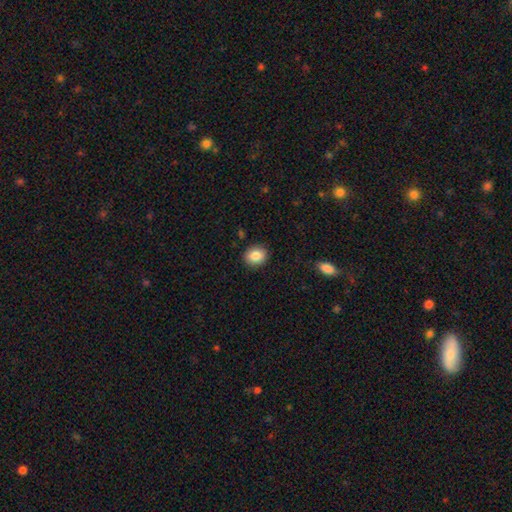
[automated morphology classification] Smooth or featured?
  - smooth: 85% *
  - star or artifact: 9%
  - featured or disk: 6%
How rounded?
  - round: 67% *
  - in between: 32%
  - cigar-shaped: 1%
Merging?
  - none: 88% *
  - minor disturbance: 8%
  - major disturbance: 2%
  - merger: 1%